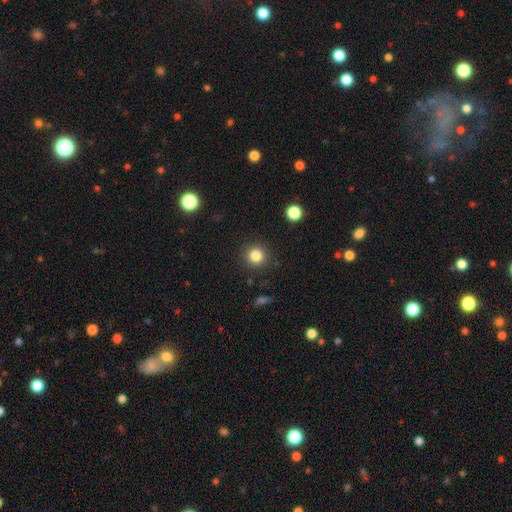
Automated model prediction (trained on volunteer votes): smooth 83%, star or artifact 12%, featured or disk 5%. Down the decision tree: how rounded — round (93%); merging — none (90%).